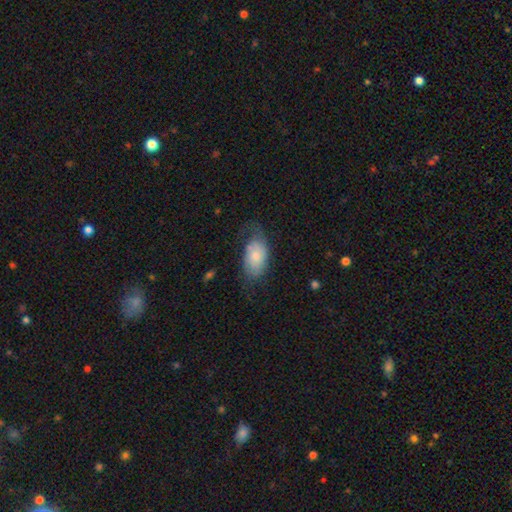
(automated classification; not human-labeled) Morphology: type=smooth (62%); roundness=in between (92%); merging=none (46%).